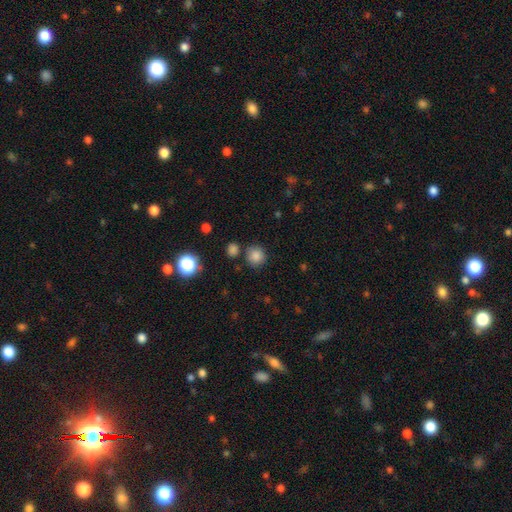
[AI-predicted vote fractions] Q: Smooth or featured?
A: smooth (83%); runner-up: star or artifact (12%)
Q: How rounded?
A: round (90%); runner-up: in between (9%)
Q: Merging?
A: none (79%); runner-up: minor disturbance (10%)